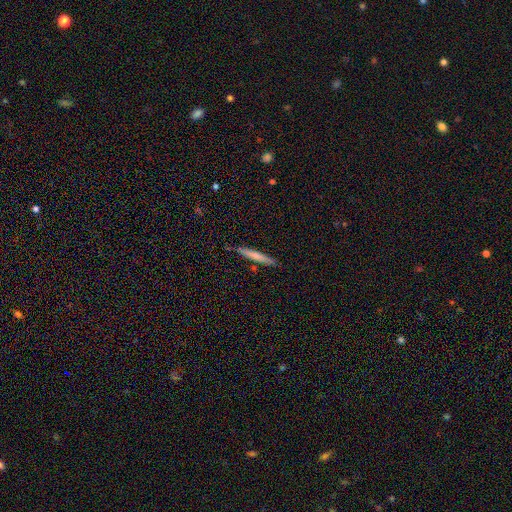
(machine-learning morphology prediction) A smooth galaxy with no disk features (66%) that is cigar-shaped (96%). Merging: none (86%).